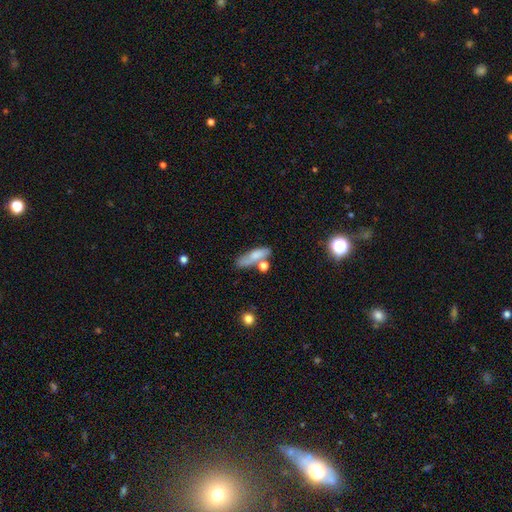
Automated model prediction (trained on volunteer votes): This appears to be a smooth galaxy with no disk features (71%) that is cigar-shaped (50%). Merging: none (52%).